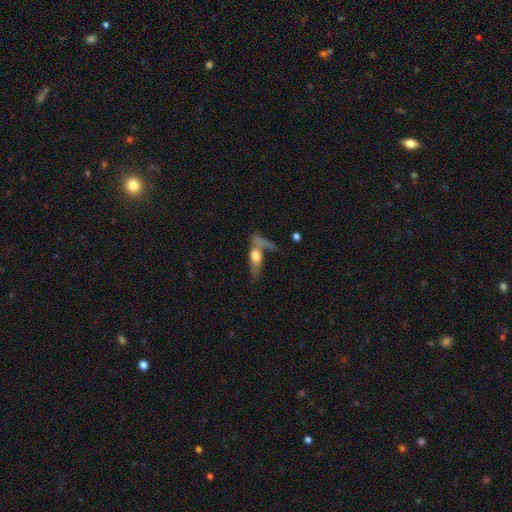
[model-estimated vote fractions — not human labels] A smooth galaxy with no disk features (49%). Merging: none (32%).